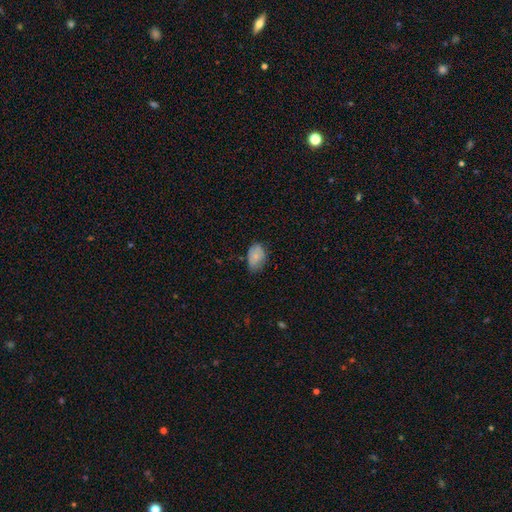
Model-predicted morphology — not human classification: A smooth galaxy with no disk features (75%) that is in between round and cigar-shaped (86%).

Vote fractions:
- Smooth or featured? smooth: 75% / featured or disk: 17% / star or artifact: 8%
- How rounded? in between: 86% / round: 13% / cigar-shaped: 1%
- Merging? none: 60% / minor disturbance: 32% / major disturbance: 6% / merger: 2%